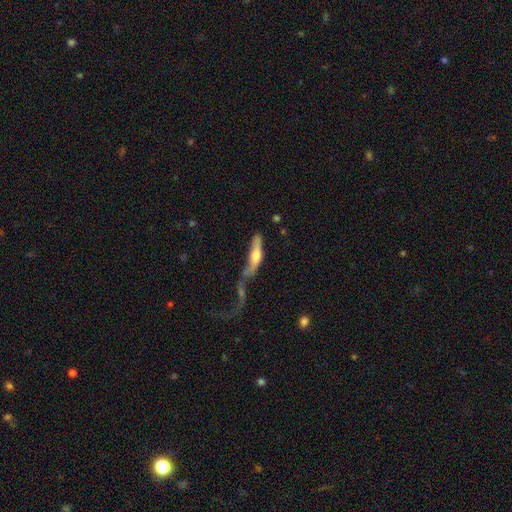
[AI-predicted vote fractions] smooth_or_featured: featured or disk (p=0.47) [alt: smooth p=0.46]
merging: merger (p=0.39) [alt: major disturbance p=0.26]